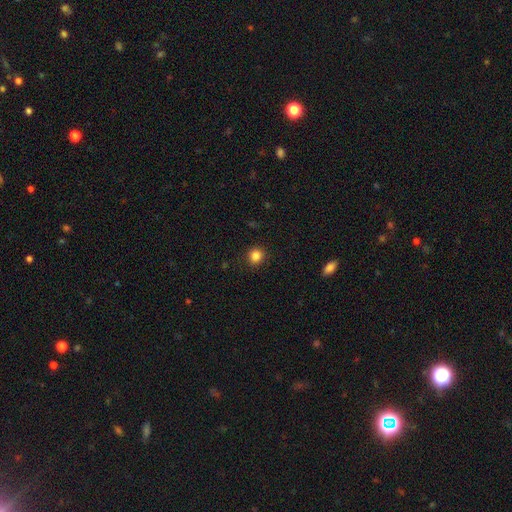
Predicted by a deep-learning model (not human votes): smooth-or-featured: smooth: 85% | star or artifact: 11% | featured or disk: 4%
  how-rounded: round: 87% | in between: 12% | cigar-shaped: 1%
  merging: none: 89% | minor disturbance: 7% | major disturbance: 2% | merger: 1%